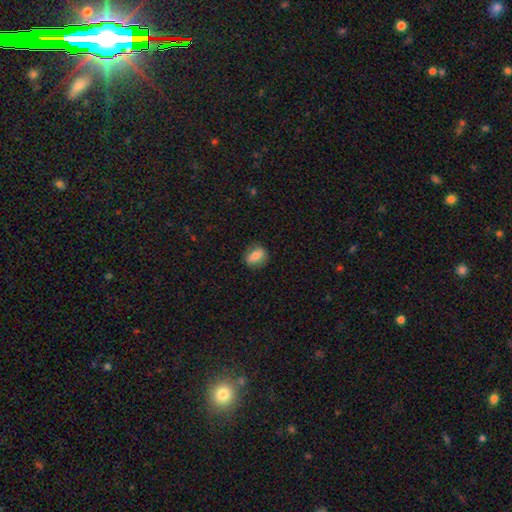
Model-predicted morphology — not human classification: Smooth or featured: smooth — 74% (featured or disk — 18%)
How rounded: in between — 62% (round — 33%)
Merging: none — 82% (minor disturbance — 13%)